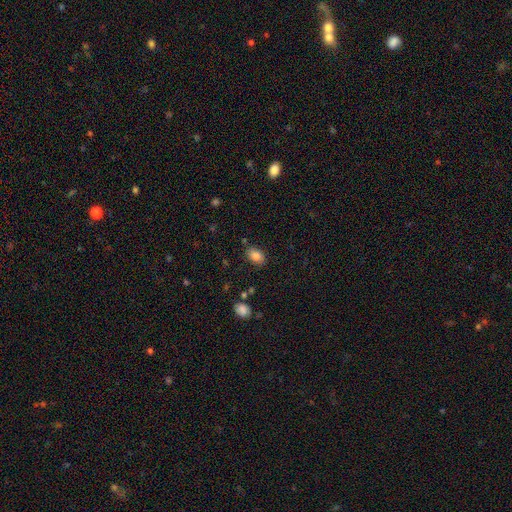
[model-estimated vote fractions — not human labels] Smooth or featured?
  - smooth: 85% *
  - star or artifact: 9%
  - featured or disk: 6%
How rounded?
  - in between: 83% *
  - round: 15%
  - cigar-shaped: 1%
Merging?
  - none: 80% *
  - minor disturbance: 14%
  - merger: 3%
  - major disturbance: 3%